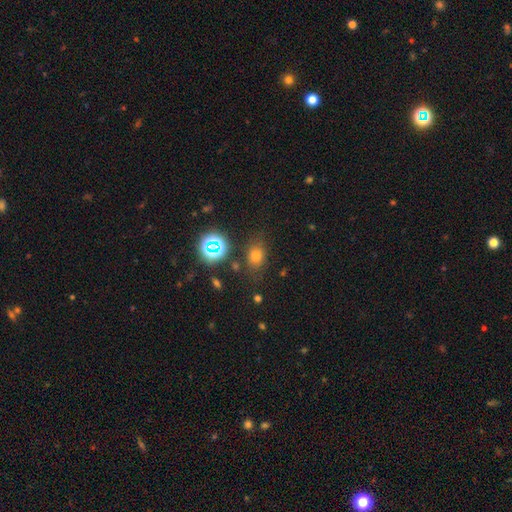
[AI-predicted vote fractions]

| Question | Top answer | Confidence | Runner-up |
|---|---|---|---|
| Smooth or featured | smooth | 68% | star or artifact (22%) |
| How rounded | in between | 58% | round (40%) |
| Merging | none | 77% | minor disturbance (14%) |